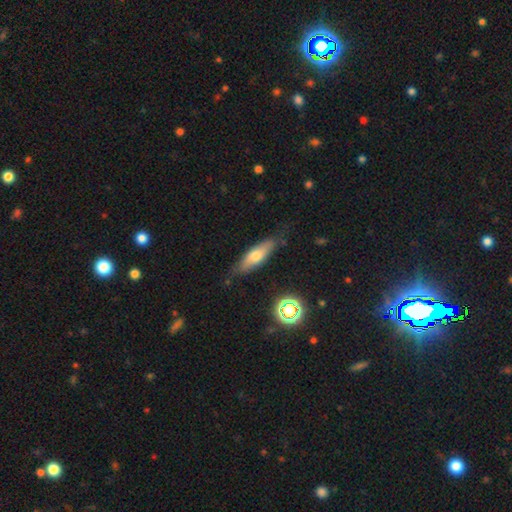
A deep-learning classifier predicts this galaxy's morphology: Smooth or featured: smooth — 57% (featured or disk — 35%)
How rounded: cigar-shaped — 50% (in between — 48%)
Merging: none — 76% (minor disturbance — 18%)